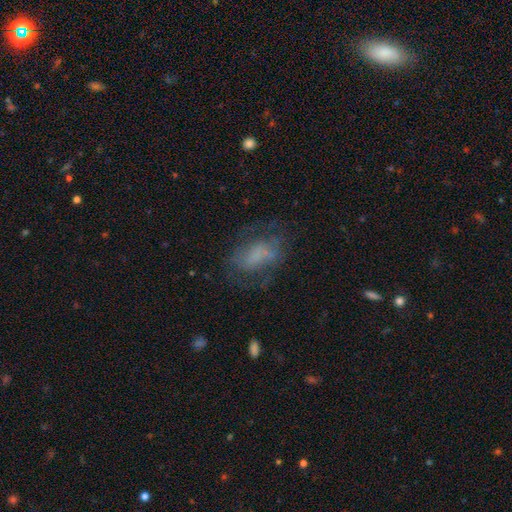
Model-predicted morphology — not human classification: Smooth or featured?
  - smooth: 45% *
  - featured or disk: 42%
  - star or artifact: 13%
Merging?
  - none: 55% *
  - major disturbance: 22%
  - minor disturbance: 21%
  - merger: 2%